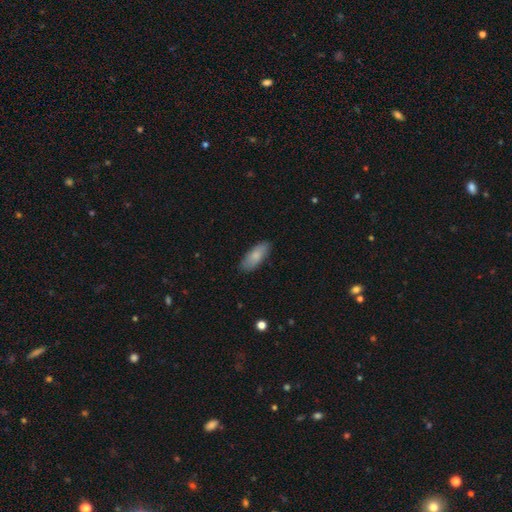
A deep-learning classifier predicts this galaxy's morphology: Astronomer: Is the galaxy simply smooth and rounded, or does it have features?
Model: smooth — 82%.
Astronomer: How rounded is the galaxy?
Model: in between — 80%.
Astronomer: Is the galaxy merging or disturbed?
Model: none — 84%.